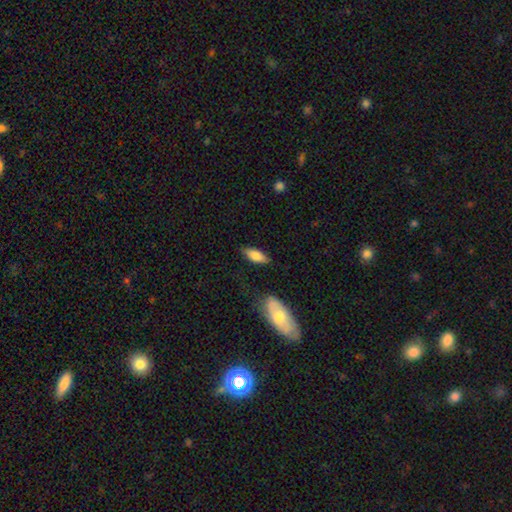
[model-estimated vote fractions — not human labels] Morphology: type=smooth (73%); roundness=in between (74%); merging=none (81%).